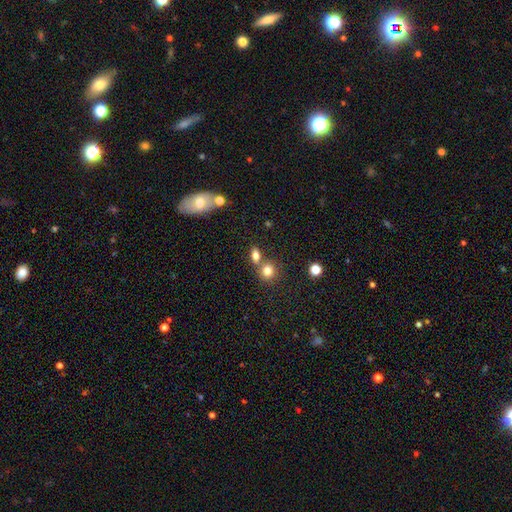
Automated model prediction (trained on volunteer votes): smooth_or_featured: smooth (p=0.77) [alt: star or artifact p=0.12]
how_rounded: in between (p=0.57) [alt: round p=0.39]
merging: none (p=0.51) [alt: merger p=0.36]